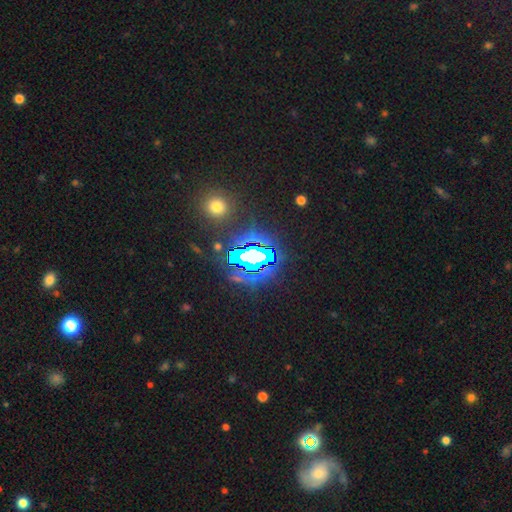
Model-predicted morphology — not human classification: Q: Smooth or featured?
A: star or artifact (74%); runner-up: smooth (13%)